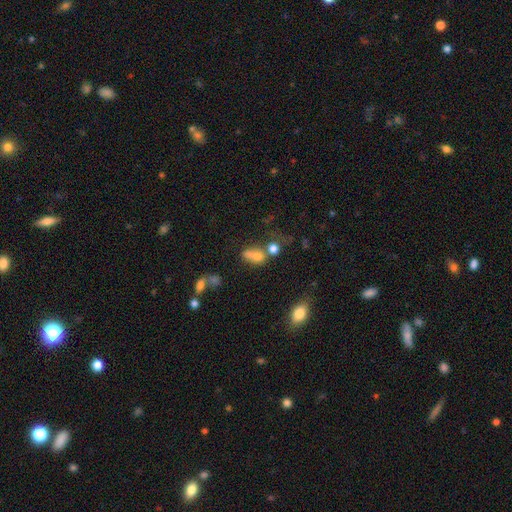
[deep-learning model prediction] Smooth or featured? smooth (71%)
How rounded? in between (64%)
Merging? merger (40%)